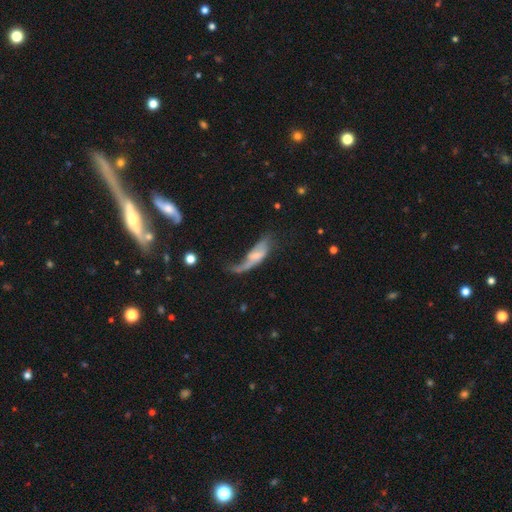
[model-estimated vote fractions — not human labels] Smooth or featured? featured or disk (51%)
Edge-on disk? no (78%)
Merging? major disturbance (50%)